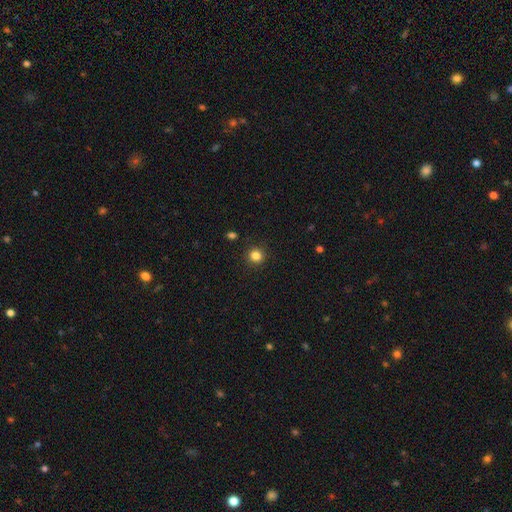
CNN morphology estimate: This appears to be a smooth galaxy with no disk features (84%) that is round (93%). Merging: none (92%).